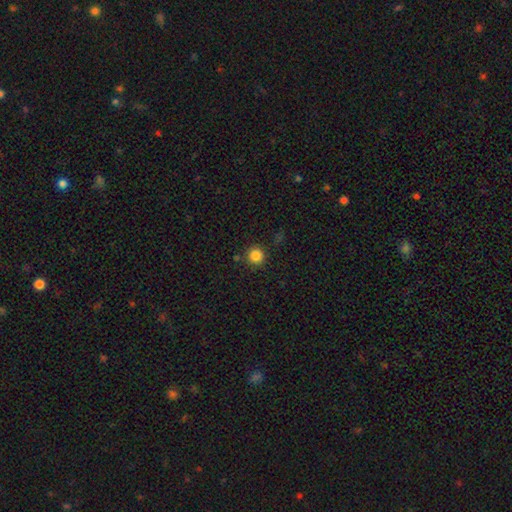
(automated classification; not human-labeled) A smooth galaxy with no disk features (85%) that is round (95%).

Vote fractions:
- Smooth or featured? smooth: 85% / star or artifact: 12% / featured or disk: 4%
- How rounded? round: 95% / in between: 4% / cigar-shaped: 1%
- Merging? none: 86% / minor disturbance: 8% / merger: 4% / major disturbance: 3%